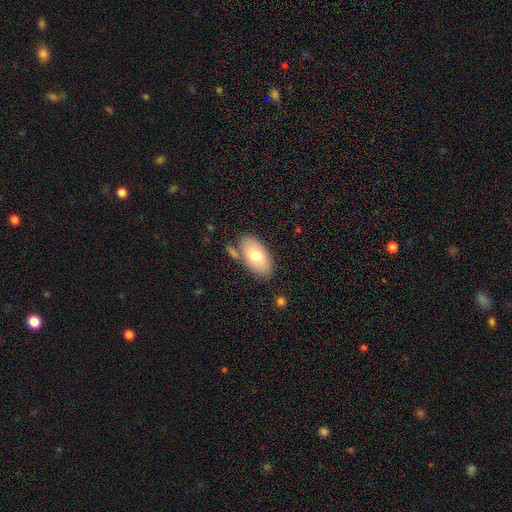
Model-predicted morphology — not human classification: Smooth or featured? smooth (73%)
How rounded? in between (94%)
Merging? none (73%)